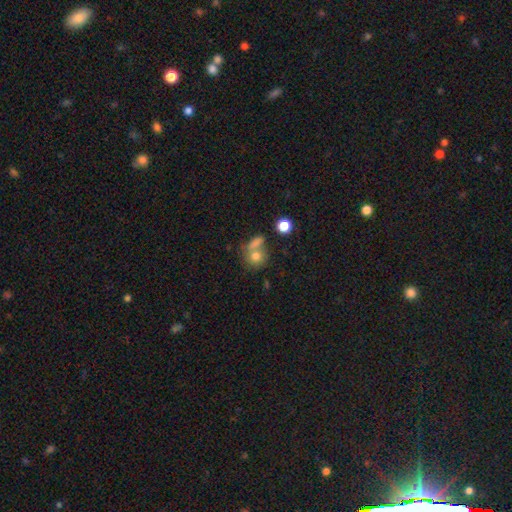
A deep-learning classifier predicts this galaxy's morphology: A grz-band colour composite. It shows a smooth galaxy with no disk features (77%) that is round (76%). Merging: none (44%).